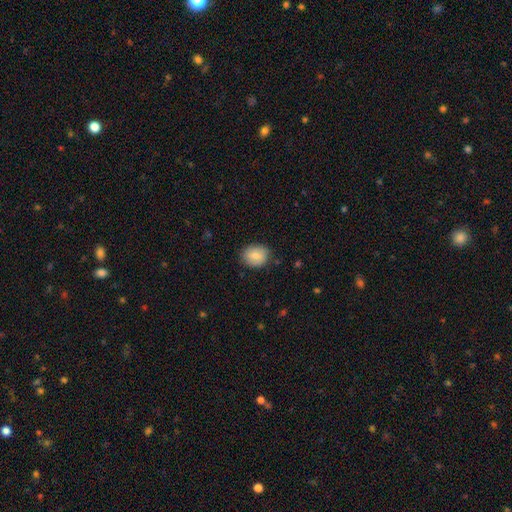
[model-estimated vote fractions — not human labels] Morphology: type=smooth (81%); roundness=round (53%); merging=none (83%).